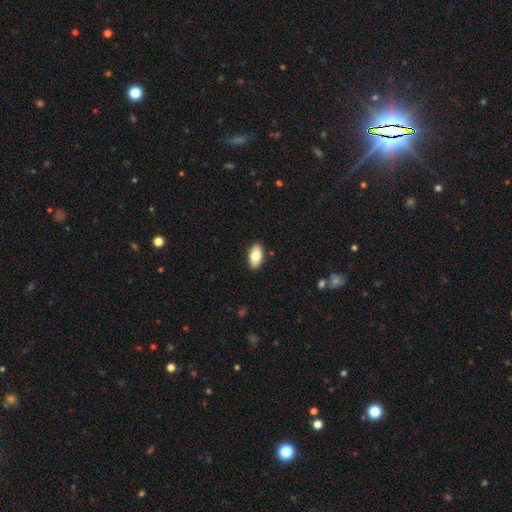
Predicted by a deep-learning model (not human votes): Smooth or featured?
  - smooth: 79% *
  - featured or disk: 15%
  - star or artifact: 7%
How rounded?
  - in between: 93% *
  - cigar-shaped: 4%
  - round: 3%
Merging?
  - none: 90% *
  - minor disturbance: 7%
  - major disturbance: 2%
  - merger: 1%